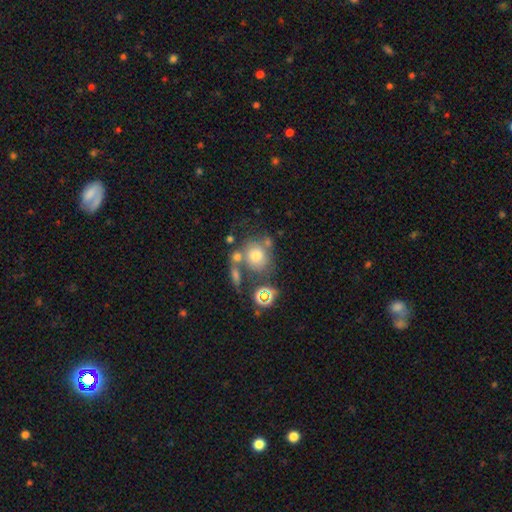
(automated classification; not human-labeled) Overall: smooth (63%). How rounded: round (73%). Merging: none (48%; merger 28%).